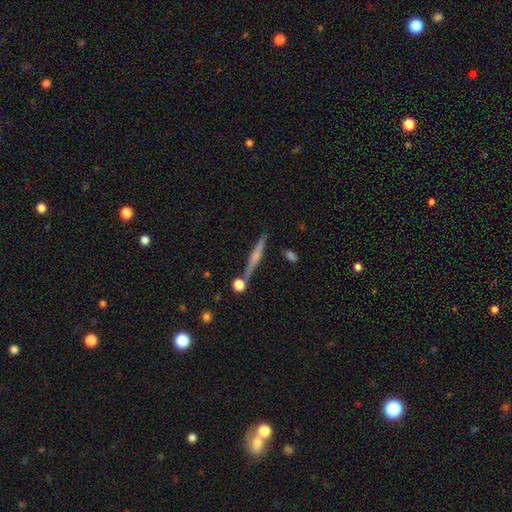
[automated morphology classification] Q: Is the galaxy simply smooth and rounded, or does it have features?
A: featured or disk — 58%.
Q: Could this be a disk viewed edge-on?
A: yes — 96%.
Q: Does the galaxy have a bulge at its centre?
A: rounded — 56%.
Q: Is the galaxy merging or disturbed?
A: none — 78%.